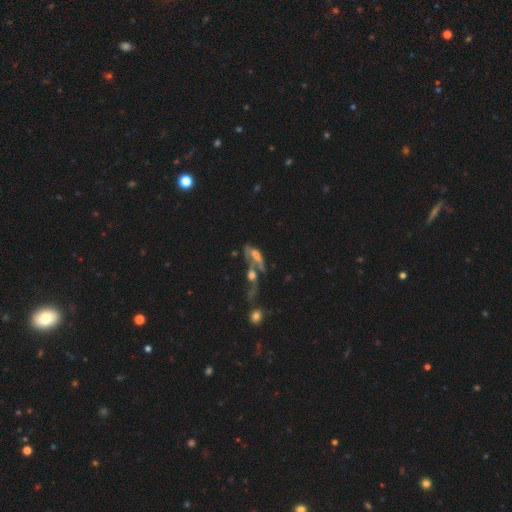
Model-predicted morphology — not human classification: Q: Smooth or featured?
A: featured or disk (50%); runner-up: smooth (34%)
Q: Merging?
A: merger (53%); runner-up: none (20%)